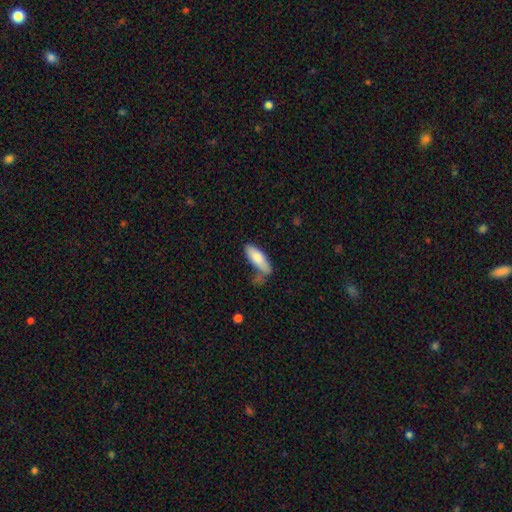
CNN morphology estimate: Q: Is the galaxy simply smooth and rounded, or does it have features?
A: smooth — 79%.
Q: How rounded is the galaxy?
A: in between — 57%.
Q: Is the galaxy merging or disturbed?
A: none — 56%.